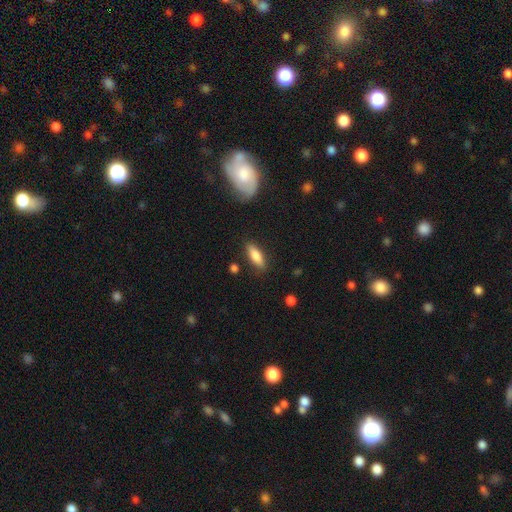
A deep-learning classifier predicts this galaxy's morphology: Smooth or featured: smooth — 81% (featured or disk — 13%)
How rounded: in between — 62% (cigar-shaped — 36%)
Merging: none — 84% (minor disturbance — 11%)